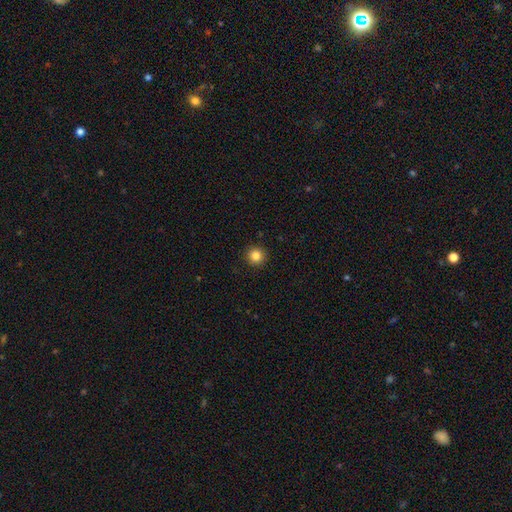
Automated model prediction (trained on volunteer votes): smooth 84%, star or artifact 12%, featured or disk 4%. Down the decision tree: how rounded — round (94%); merging — none (92%).